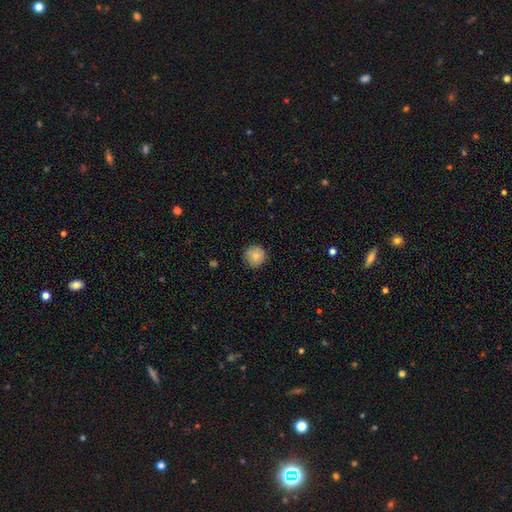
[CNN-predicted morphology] This appears to be a smooth galaxy with no disk features (80%) that is round (94%). Merging: none (80%).